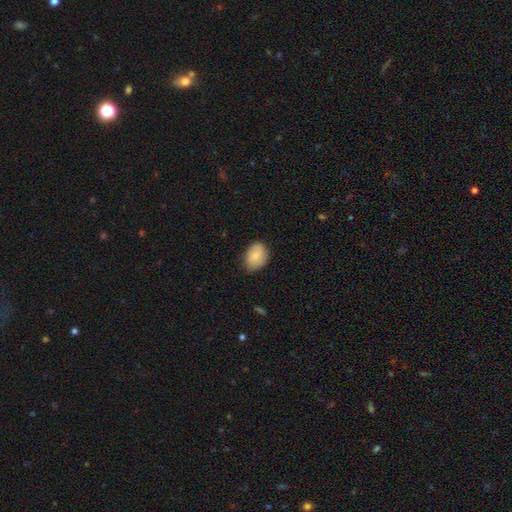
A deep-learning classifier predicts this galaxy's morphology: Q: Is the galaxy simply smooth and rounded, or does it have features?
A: smooth — 80%.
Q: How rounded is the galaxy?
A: in between — 77%.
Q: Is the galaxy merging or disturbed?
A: none — 77%.